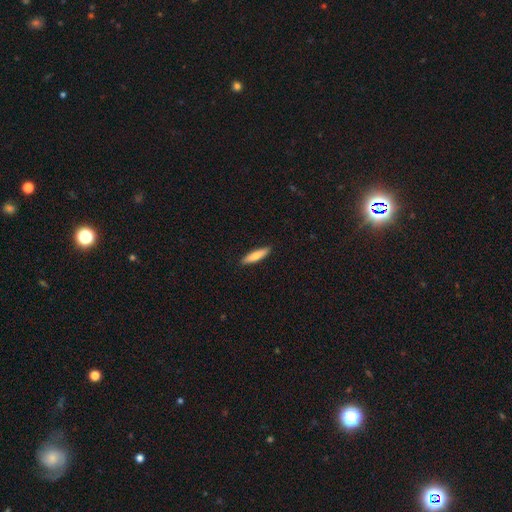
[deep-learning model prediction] The model was most divided on "smooth or featured": smooth: 78%, featured or disk: 17%, star or artifact: 5%. More confident: merging — none (91%); how rounded — cigar-shaped (80%).